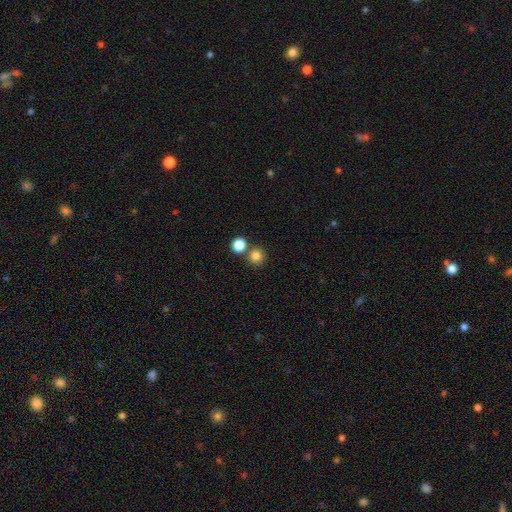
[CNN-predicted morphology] The model was most divided on "merging": none: 74%, merger: 18%, minor disturbance: 6%, major disturbance: 2%. More confident: how rounded — round (93%); smooth or featured — smooth (81%).